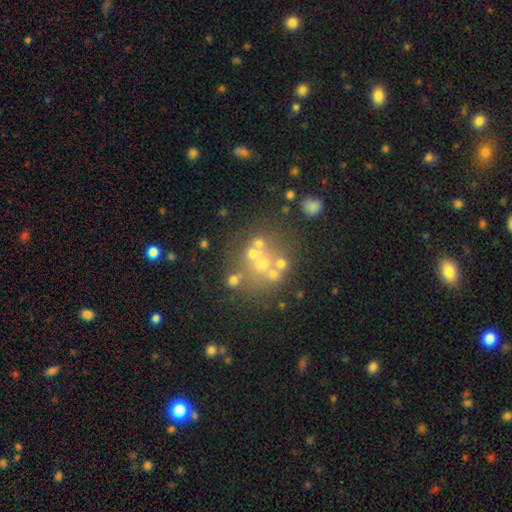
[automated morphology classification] This is marginally a featured or disk galaxy (41%). Merging: possibly none (51%).